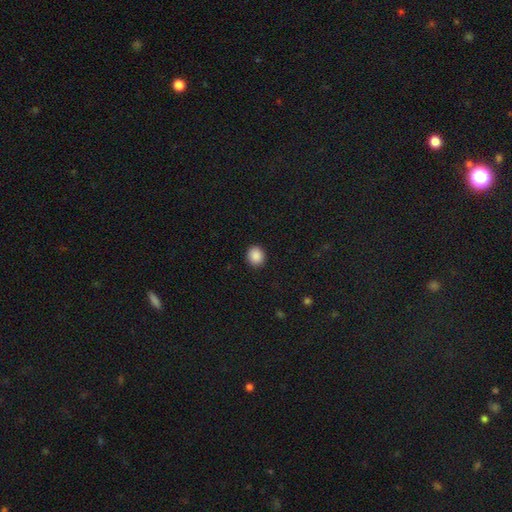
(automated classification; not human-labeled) Smooth or featured: smooth — 88% (star or artifact — 9%)
How rounded: round — 82% (in between — 17%)
Merging: none — 91% (minor disturbance — 6%)